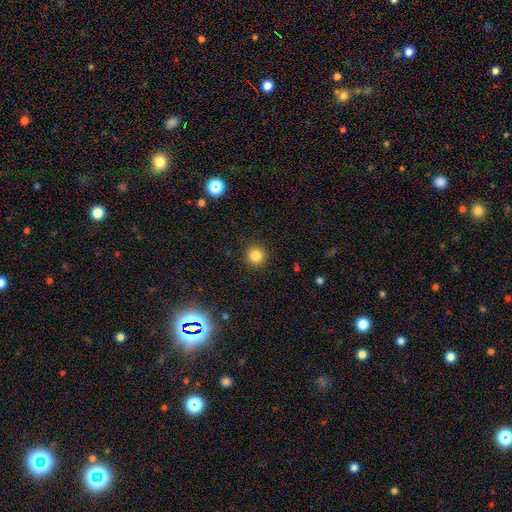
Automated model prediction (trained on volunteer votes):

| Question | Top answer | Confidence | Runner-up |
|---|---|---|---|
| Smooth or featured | smooth | 83% | star or artifact (12%) |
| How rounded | round | 95% | in between (4%) |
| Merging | none | 92% | minor disturbance (5%) |